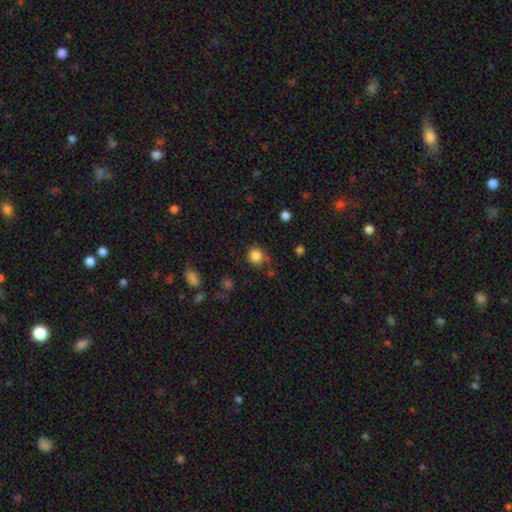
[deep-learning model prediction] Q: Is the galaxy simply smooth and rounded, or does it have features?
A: smooth — 84%.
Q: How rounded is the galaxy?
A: round — 86%.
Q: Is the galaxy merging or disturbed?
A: none — 67%.